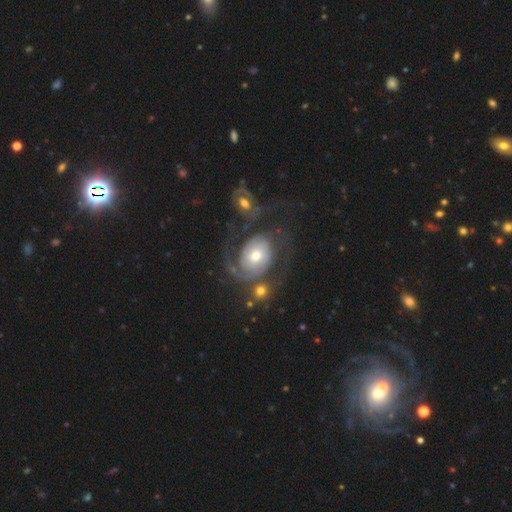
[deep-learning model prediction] Smooth or featured: featured or disk — 83% (smooth — 11%)
Edge-on disk: no — 97% (yes — 3%)
Bar: no — 69% (weak — 25%)
Spiral arms: yes — 93% (no — 7%)
Spiral winding: tight — 43% (medium — 37%)
Spiral arm count: 2 — 52% (1 — 24%)
Bulge size: moderate — 66% (small — 19%)
Merging: none — 39% (major disturbance — 26%)